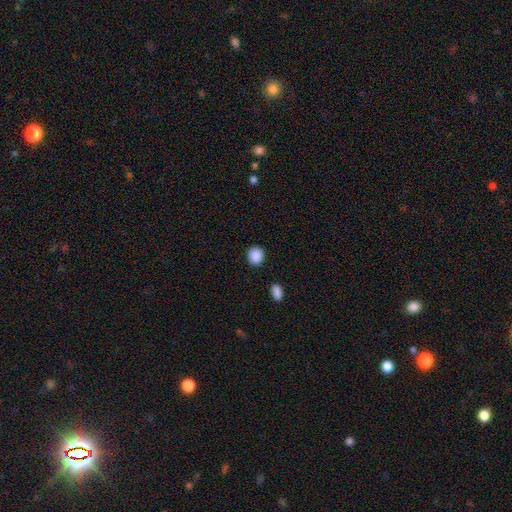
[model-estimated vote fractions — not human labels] Smooth or featured? smooth (89%)
How rounded? round (78%)
Merging? none (89%)